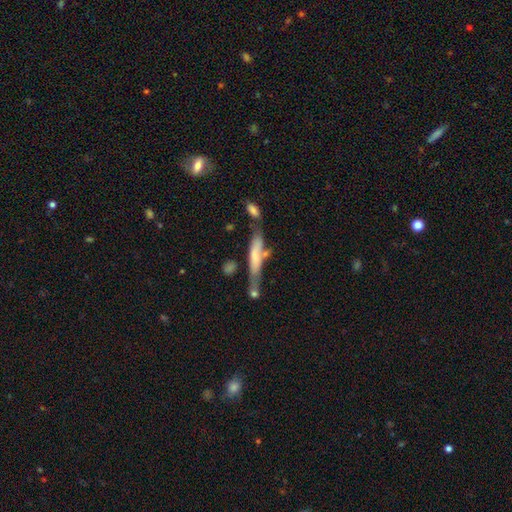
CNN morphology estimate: smooth 52%, featured or disk 41%, star or artifact 7%. Down the decision tree: how rounded — cigar-shaped (86%); merging — none (42%).